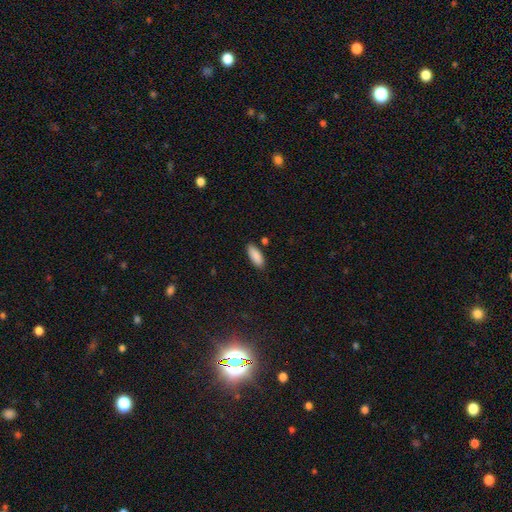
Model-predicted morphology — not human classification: This appears to be a smooth galaxy with no disk features (89%) that is in between round and cigar-shaped (79%). Merging: none (82%).